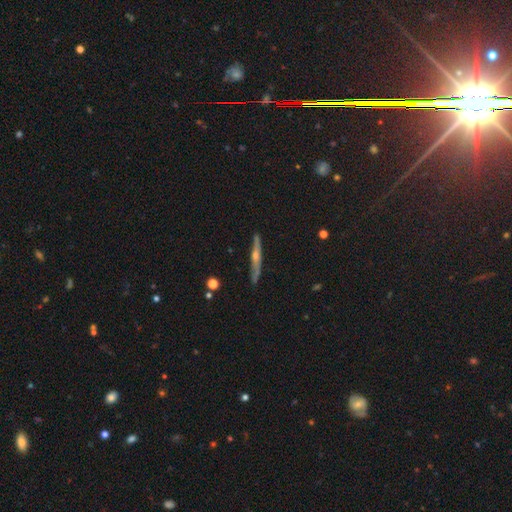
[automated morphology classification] smooth-or-featured: featured or disk: 72% | smooth: 21% | star or artifact: 7%
  disk-edge-on: yes: 96% | no: 4%
    edge-on-bulge: rounded: 77% | none: 17% | boxy: 6%
  merging: none: 87% | minor disturbance: 10% | major disturbance: 2% | merger: 2%